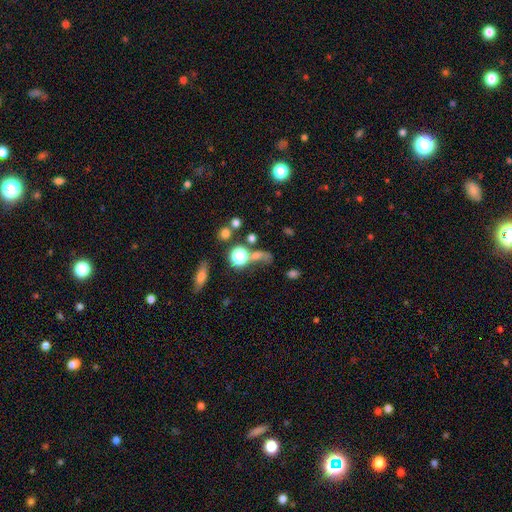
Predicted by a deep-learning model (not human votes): This is possibly a smooth galaxy (54%). How rounded: possibly round (59%). Merging: marginally none (41%).